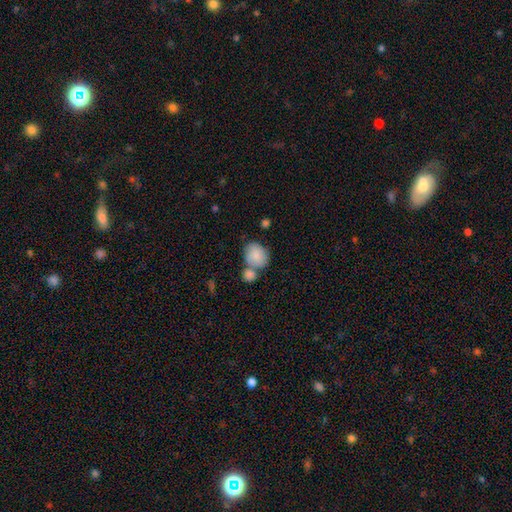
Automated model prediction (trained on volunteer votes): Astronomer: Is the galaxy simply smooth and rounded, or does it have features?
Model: smooth — 83%.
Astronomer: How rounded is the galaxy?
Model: round — 54% (runner-up: in between, 45%).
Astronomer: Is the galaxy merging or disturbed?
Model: none — 44% (runner-up: merger, 38%).